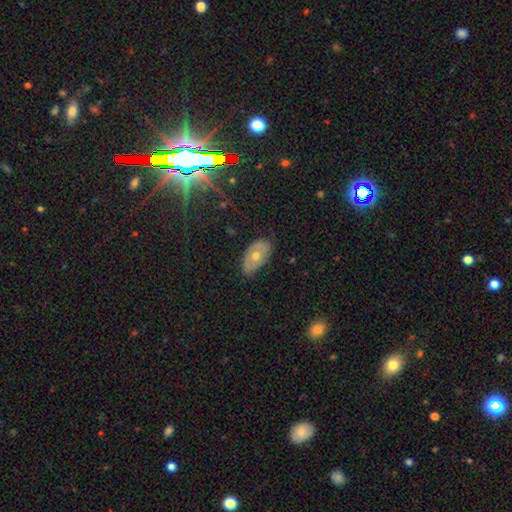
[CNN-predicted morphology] smooth-or-featured: smooth: 44% | featured or disk: 38% | star or artifact: 19%
  merging: none: 71% | minor disturbance: 23% | major disturbance: 5% | merger: 1%